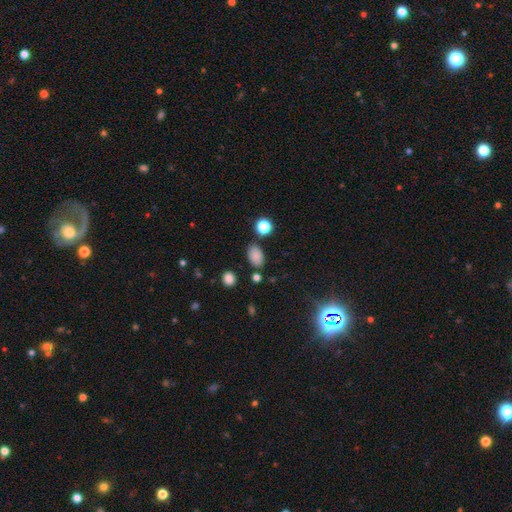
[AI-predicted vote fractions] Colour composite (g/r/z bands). It shows a smooth galaxy with no disk features (83%) that is in between round and cigar-shaped (87%). Merging: none (80%).